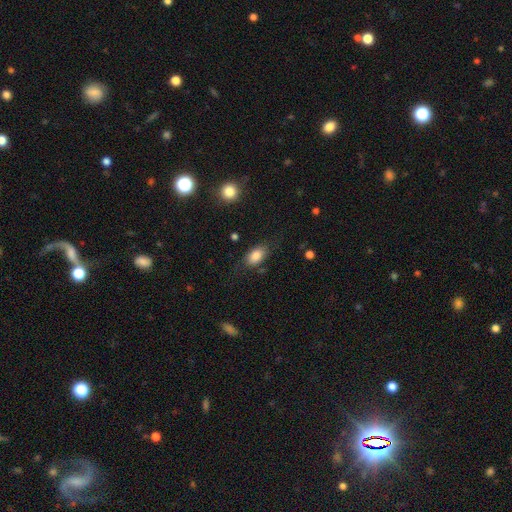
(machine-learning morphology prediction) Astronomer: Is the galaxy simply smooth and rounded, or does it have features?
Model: smooth — 84%.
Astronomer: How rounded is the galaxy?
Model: in between — 90%.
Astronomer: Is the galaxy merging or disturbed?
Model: none — 73%.